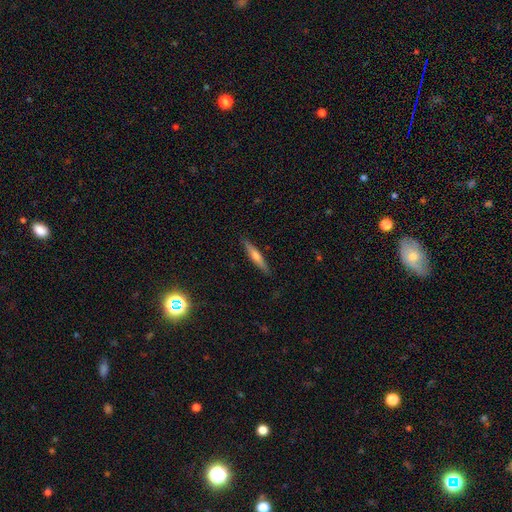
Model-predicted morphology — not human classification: smooth_or_featured: featured or disk (p=0.50) [alt: smooth p=0.42]
disk_edge_on: yes (p=0.96) [alt: no p=0.04]
merging: none (p=0.89) [alt: minor disturbance p=0.08]